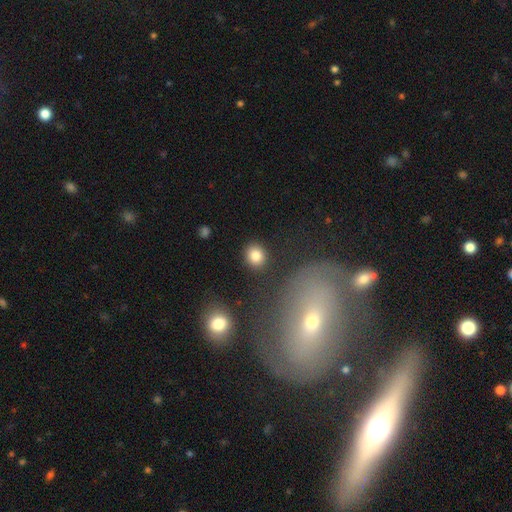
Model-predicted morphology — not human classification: A smooth galaxy with no disk features (83%) that is round (77%).

Vote fractions:
- Smooth or featured? smooth: 83% / star or artifact: 10% / featured or disk: 7%
- How rounded? round: 77% / in between: 22% / cigar-shaped: 1%
- Merging? none: 88% / minor disturbance: 7% / merger: 2% / major disturbance: 2%